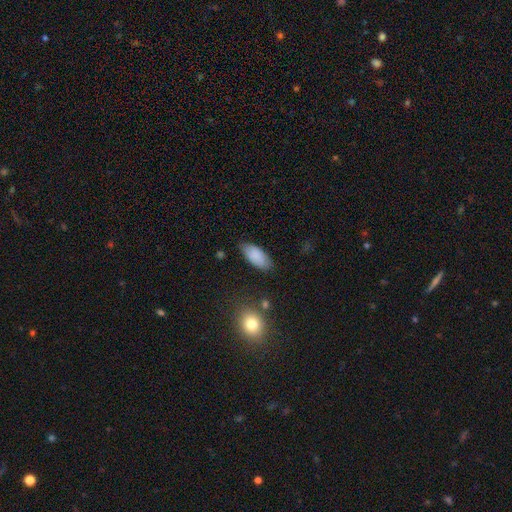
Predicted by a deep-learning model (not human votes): This appears to be a smooth galaxy with no disk features (86%) that is in between round and cigar-shaped (88%). Merging: none (81%).